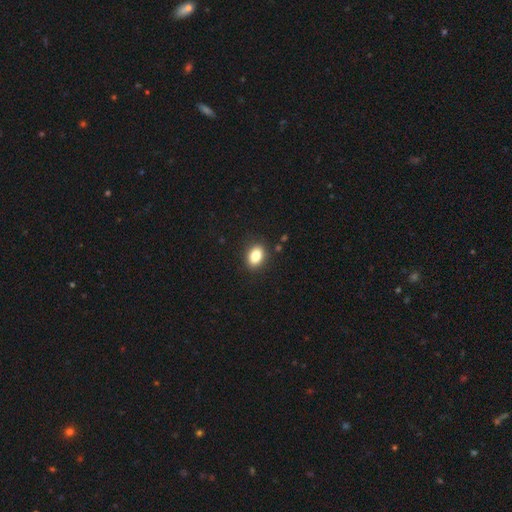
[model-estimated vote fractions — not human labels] Smooth or featured? smooth (84%)
How rounded? in between (78%)
Merging? none (88%)